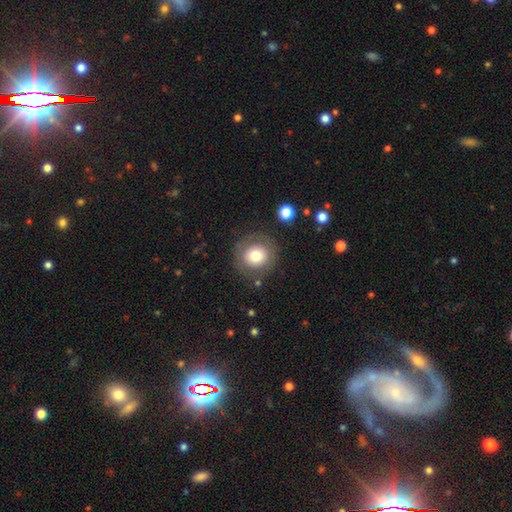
This is clearly a smooth galaxy (82%). How rounded: clearly round (100%). Merging: clearly none (86%).